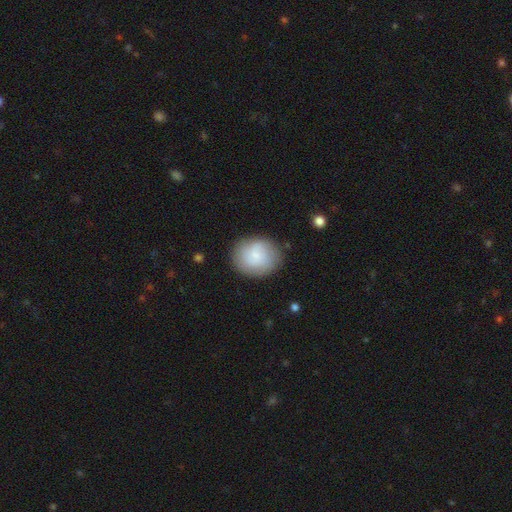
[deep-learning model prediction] Smooth or featured: smooth — 64% (featured or disk — 28%)
How rounded: round — 77% (in between — 22%)
Merging: none — 81% (minor disturbance — 13%)